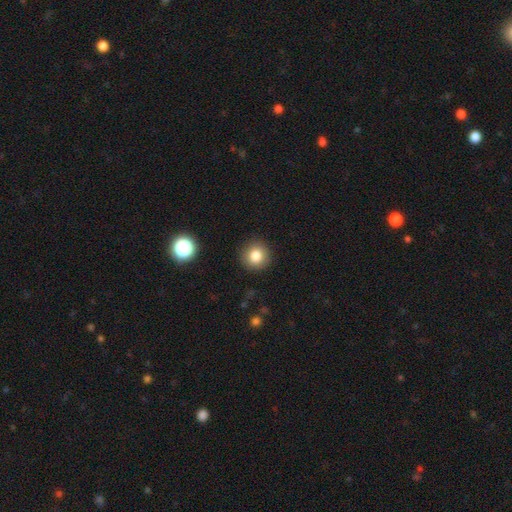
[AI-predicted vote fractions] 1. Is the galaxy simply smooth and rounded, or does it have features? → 82% smooth, 11% star or artifact, 7% featured or disk.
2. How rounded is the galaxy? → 93% round, 6% in between, 1% cigar-shaped.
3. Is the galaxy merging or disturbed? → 91% none, 6% minor disturbance, 2% major disturbance, 1% merger.